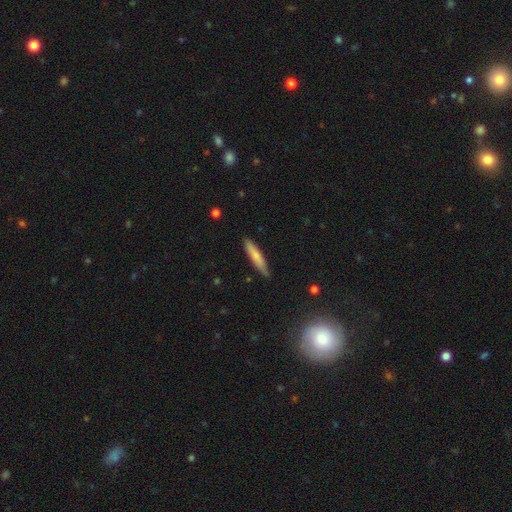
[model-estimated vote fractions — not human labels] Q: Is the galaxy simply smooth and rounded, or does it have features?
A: smooth — 71%.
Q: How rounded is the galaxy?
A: cigar-shaped — 87%.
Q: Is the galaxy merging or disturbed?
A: none — 79%.